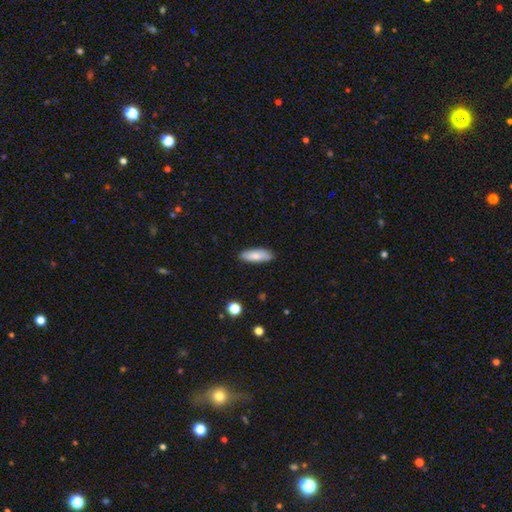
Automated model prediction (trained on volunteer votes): Smooth or featured? Predicted: smooth (p=0.82). How rounded? Predicted: in between (p=0.62). Merging? Predicted: none (p=0.87).